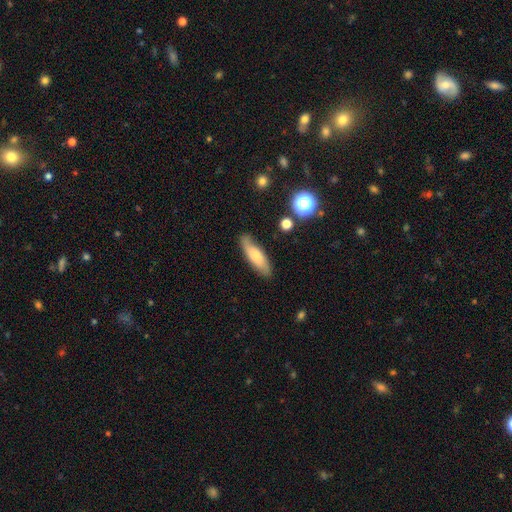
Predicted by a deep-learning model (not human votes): Smooth or featured?
  - smooth: 65% *
  - featured or disk: 28%
  - star or artifact: 8%
How rounded?
  - cigar-shaped: 52% *
  - in between: 45%
  - round: 2%
Merging?
  - none: 79% *
  - minor disturbance: 16%
  - major disturbance: 4%
  - merger: 2%